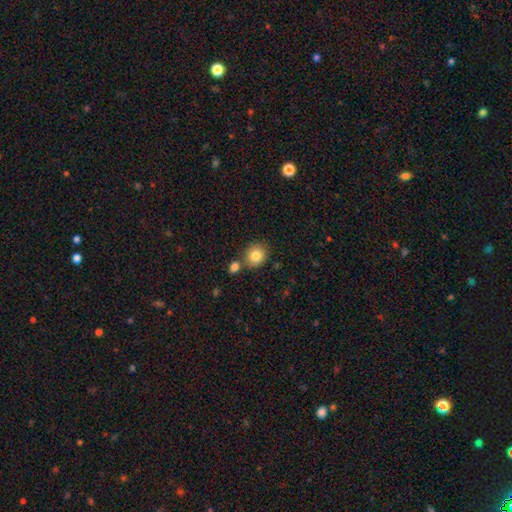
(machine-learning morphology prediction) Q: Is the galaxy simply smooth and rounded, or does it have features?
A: smooth — 83%.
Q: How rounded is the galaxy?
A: round — 75%.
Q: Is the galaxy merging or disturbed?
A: none — 69%.